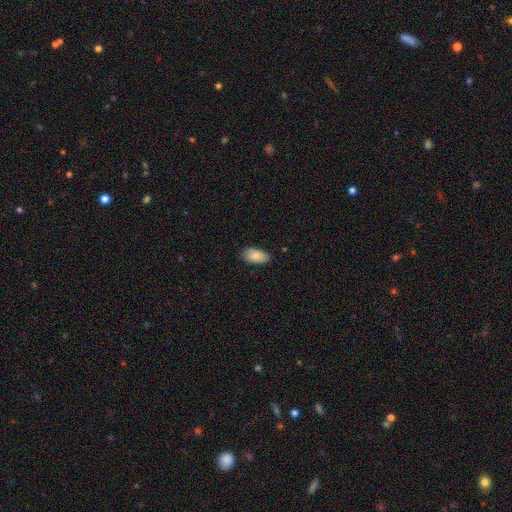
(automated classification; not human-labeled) The model was most divided on "merging": none: 85%, minor disturbance: 12%, major disturbance: 2%, merger: 1%. More confident: how rounded — in between (94%); smooth or featured — smooth (87%).